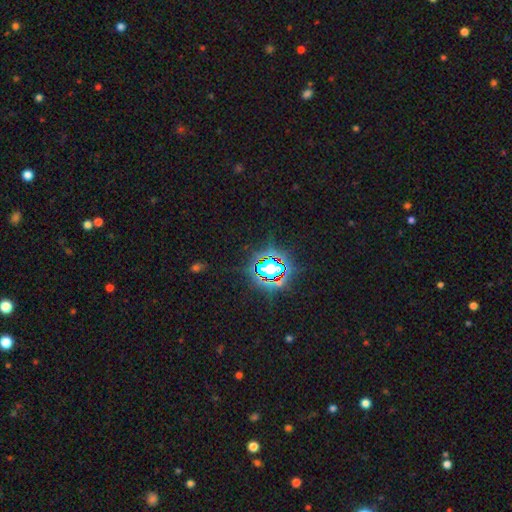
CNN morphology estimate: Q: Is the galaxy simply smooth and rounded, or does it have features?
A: star or artifact — 79%.